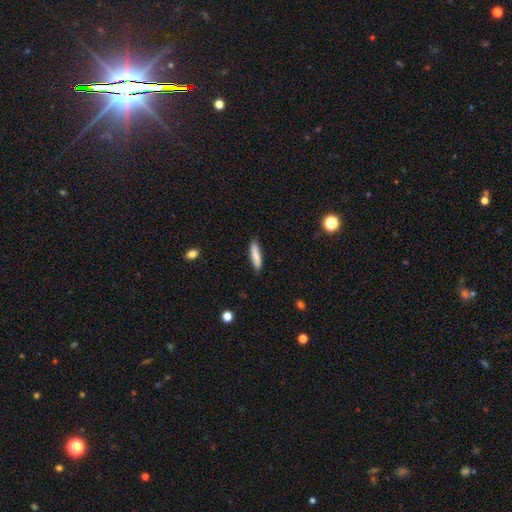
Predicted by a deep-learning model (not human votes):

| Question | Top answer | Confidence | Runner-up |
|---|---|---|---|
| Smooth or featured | smooth | 81% | featured or disk (13%) |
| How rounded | cigar-shaped | 76% | in between (23%) |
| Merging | none | 86% | minor disturbance (11%) |